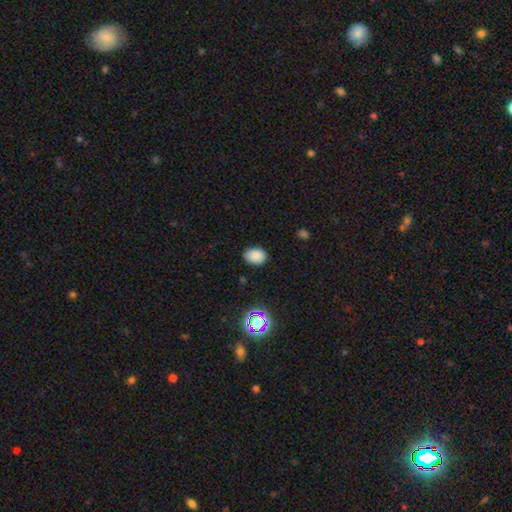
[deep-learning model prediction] This appears to be a smooth galaxy with no disk features (83%) that is in between round and cigar-shaped (71%). Merging: none (82%).